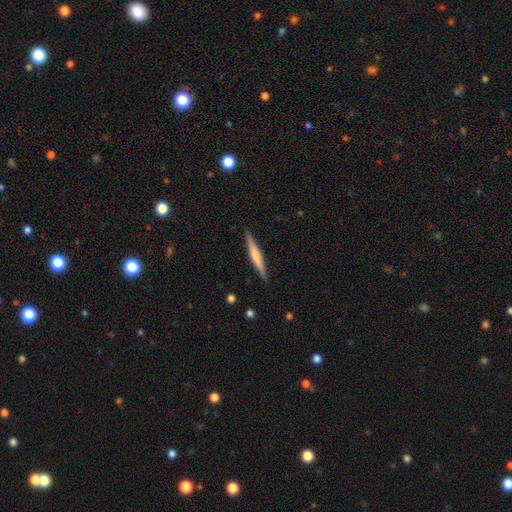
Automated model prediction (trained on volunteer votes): Smooth or featured? featured or disk (48%)
Merging? none (90%)